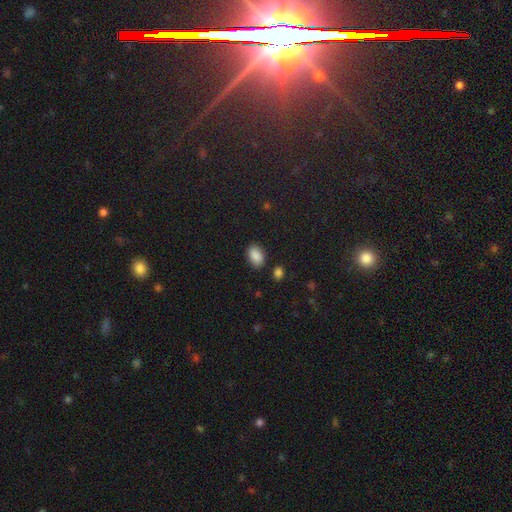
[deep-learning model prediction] Smooth or featured?
  - smooth: 87% *
  - star or artifact: 8%
  - featured or disk: 5%
How rounded?
  - in between: 86% *
  - round: 13%
  - cigar-shaped: 1%
Merging?
  - none: 81% *
  - minor disturbance: 13%
  - merger: 3%
  - major disturbance: 3%